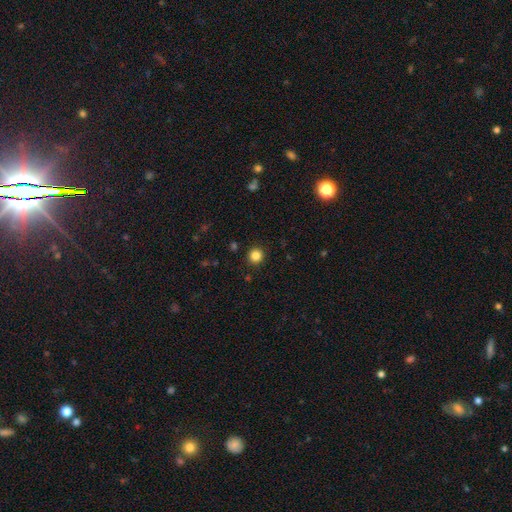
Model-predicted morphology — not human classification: Smooth or featured? smooth (84%)
How rounded? round (94%)
Merging? none (92%)